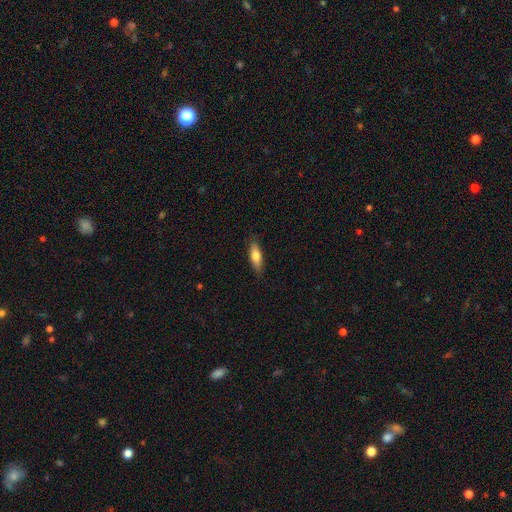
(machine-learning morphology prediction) Overall: smooth (73%). How rounded: in between (56%; cigar-shaped 41%). Merging: none (86%).